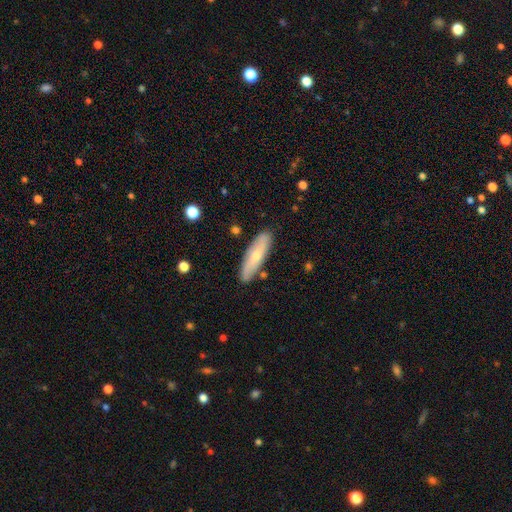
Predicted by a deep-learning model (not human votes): This is possibly a smooth galaxy (53%). How rounded: likely cigar-shaped (61%). Merging: clearly none (85%).